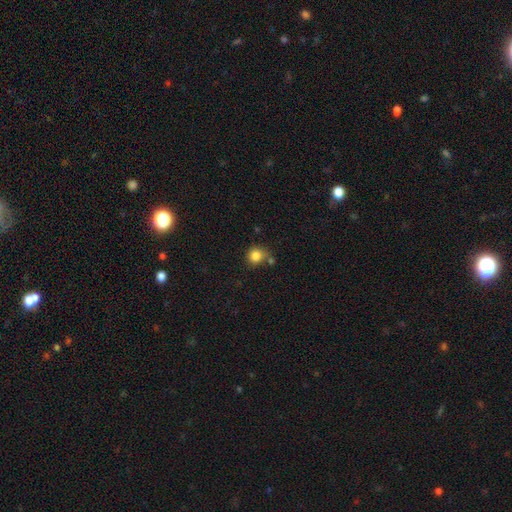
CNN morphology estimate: smooth-or-featured: smooth: 83% | star or artifact: 11% | featured or disk: 6%
  how-rounded: round: 86% | in between: 13% | cigar-shaped: 1%
  merging: none: 68% | minor disturbance: 14% | merger: 13% | major disturbance: 4%